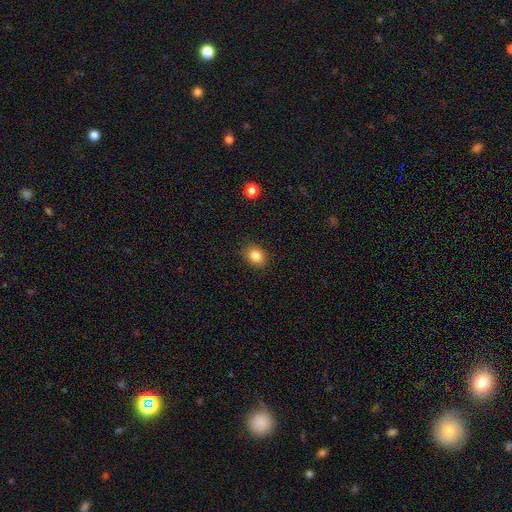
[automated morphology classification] type=smooth (83%); roundness=in between (53%); merging=none (87%).